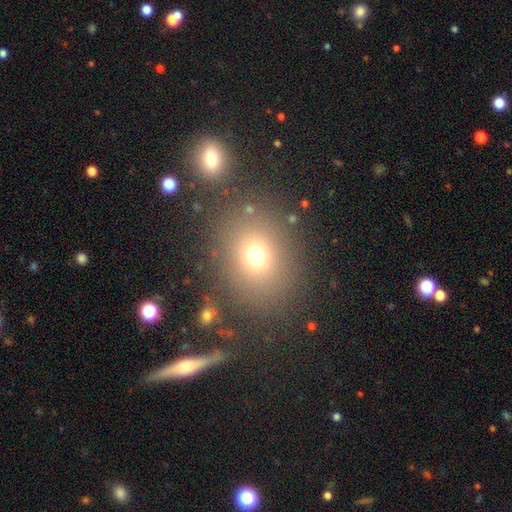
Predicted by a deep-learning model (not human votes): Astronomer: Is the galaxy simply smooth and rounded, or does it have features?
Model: smooth — 71%.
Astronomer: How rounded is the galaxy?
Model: round — 60% (runner-up: in between, 39%).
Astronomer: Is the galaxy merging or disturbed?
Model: none — 78%.